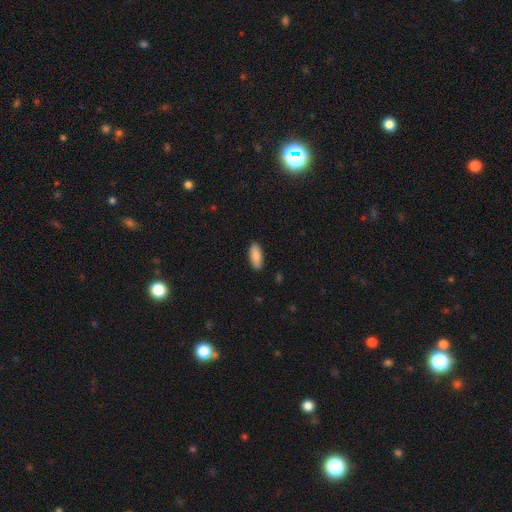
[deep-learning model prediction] Morphology: type=smooth (87%); roundness=in between (77%); merging=none (89%).